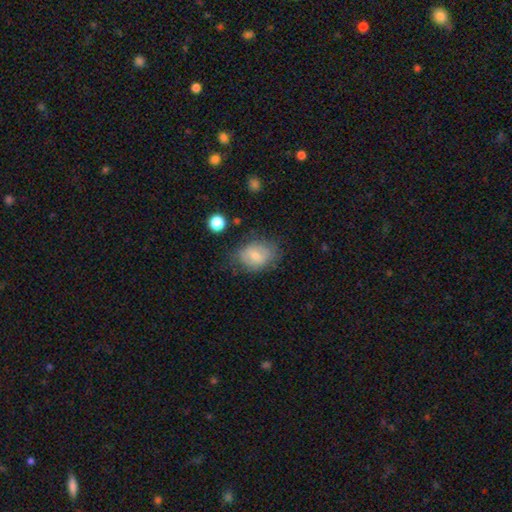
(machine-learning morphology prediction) A smooth galaxy with no disk features (64%) that is in between round and cigar-shaped (66%).

Vote fractions:
- Smooth or featured? smooth: 64% / featured or disk: 27% / star or artifact: 9%
- How rounded? in between: 66% / round: 33% / cigar-shaped: 1%
- Merging? none: 62% / minor disturbance: 25% / major disturbance: 11% / merger: 3%